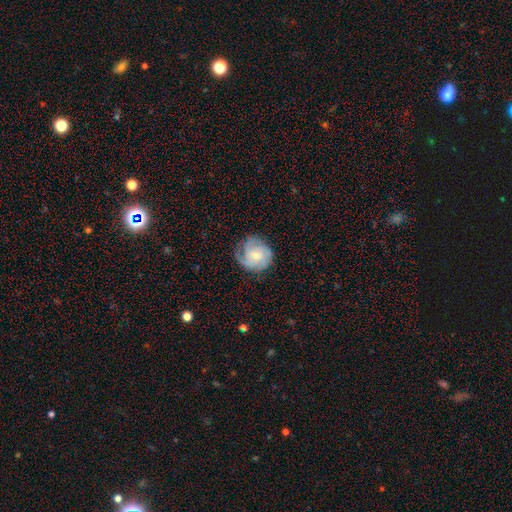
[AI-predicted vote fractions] This appears to be a featured or disk galaxy (68%) with no bar (64%), 3 (31%) tight (55%) spiral arms (93%) and a small central bulge (49%). Merging: none (68%).